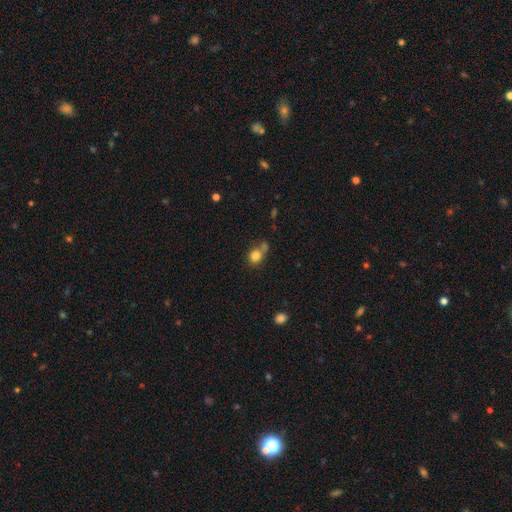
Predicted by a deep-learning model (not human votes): smooth_or_featured: smooth (p=0.82) [alt: star or artifact p=0.11]
how_rounded: round (p=0.77) [alt: in between p=0.22]
merging: none (p=0.49) [alt: merger p=0.31]